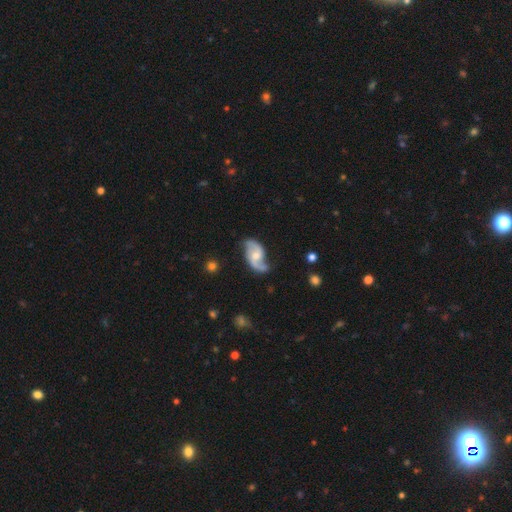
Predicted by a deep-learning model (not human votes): Smooth or featured? Predicted: featured or disk (p=0.86). Edge-on disk? Predicted: no (p=0.97). Bar? Predicted: no (p=0.50). Spiral arms? Predicted: yes (p=0.96). Spiral winding? Predicted: loose (p=0.63). Spiral arm count? Predicted: 2 (p=0.91). Bulge size? Predicted: moderate (p=0.53). Merging? Predicted: none (p=0.69).